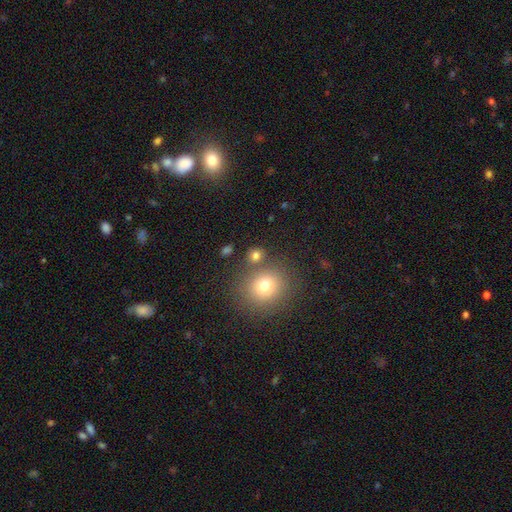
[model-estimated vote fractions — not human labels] Overall: smooth (75%). How rounded: round (75%). Merging: none (73%).